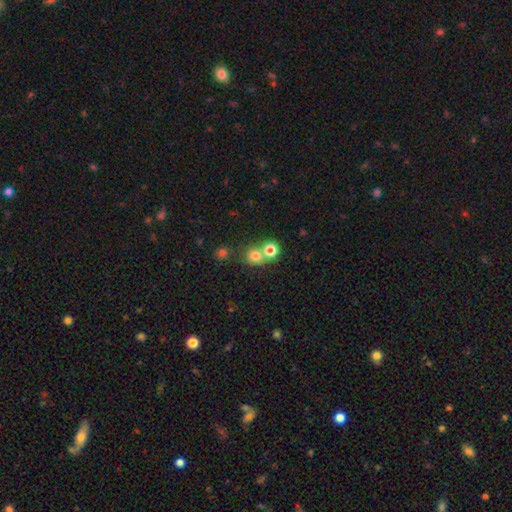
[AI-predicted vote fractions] smooth 75%, star or artifact 16%, featured or disk 9%. Down the decision tree: how rounded — round (85%); merging — none (54%).